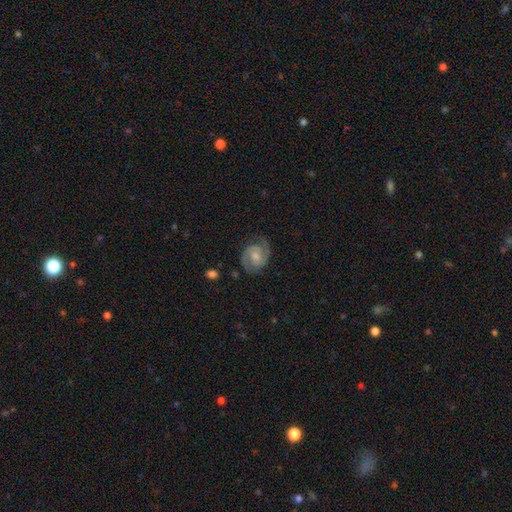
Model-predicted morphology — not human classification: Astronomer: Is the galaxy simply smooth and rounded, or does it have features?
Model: featured or disk — 86%.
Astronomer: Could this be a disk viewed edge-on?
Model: no — 98%.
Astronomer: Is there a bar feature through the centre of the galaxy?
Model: no — 51% (runner-up: weak, 40%).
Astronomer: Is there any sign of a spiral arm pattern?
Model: yes — 97%.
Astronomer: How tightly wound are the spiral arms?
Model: medium — 49% (runner-up: tight, 40%).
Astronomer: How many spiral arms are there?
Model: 2 — 90%.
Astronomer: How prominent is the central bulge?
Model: moderate — 52% (runner-up: small, 41%).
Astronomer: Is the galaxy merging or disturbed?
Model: none — 77%.